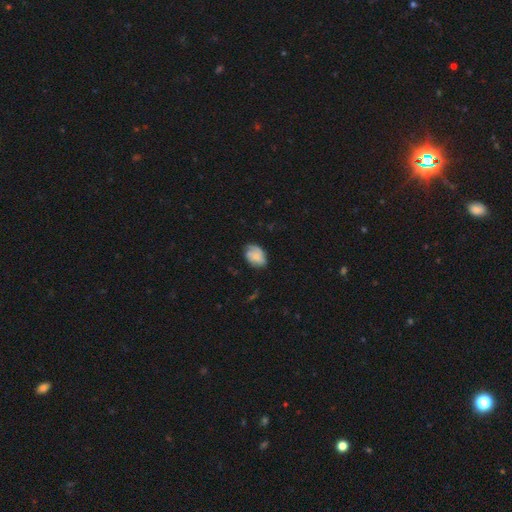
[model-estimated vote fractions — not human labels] smooth-or-featured: smooth: 62% | featured or disk: 30% | star or artifact: 8%
  how-rounded: in between: 80% | round: 19% | cigar-shaped: 1%
  merging: none: 58% | minor disturbance: 30% | major disturbance: 9% | merger: 2%